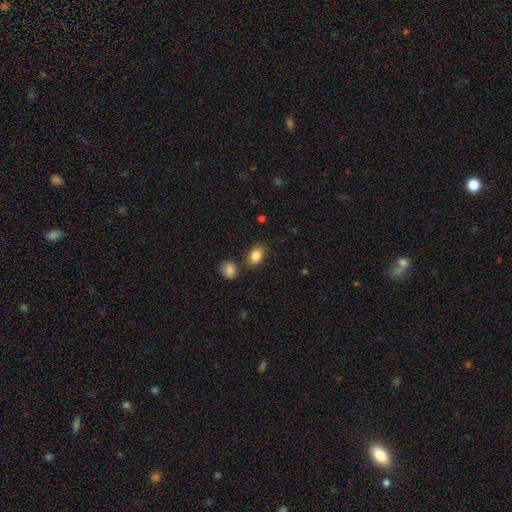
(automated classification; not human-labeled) Smooth or featured? smooth (85%)
How rounded? in between (84%)
Merging? none (76%)